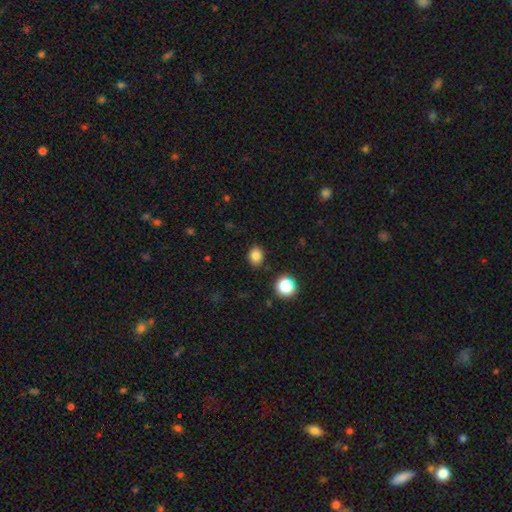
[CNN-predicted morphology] The model was most divided on "how rounded": round: 53%, in between: 46%, cigar-shaped: 1%. More confident: merging — none (86%); smooth or featured — smooth (83%).